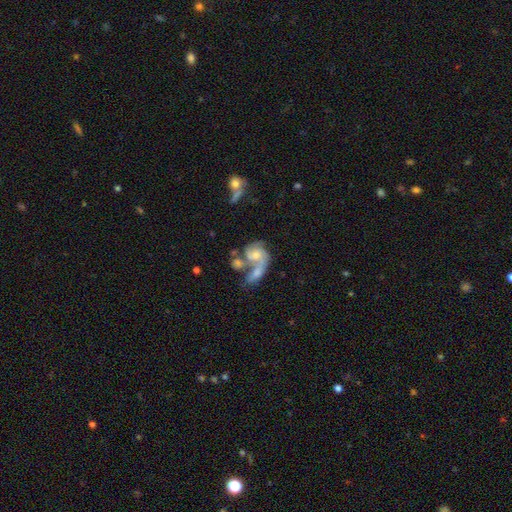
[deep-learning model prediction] smooth_or_featured: featured or disk (p=0.70) [alt: smooth p=0.22]
disk_edge_on: no (p=0.97) [alt: yes p=0.03]
bar: no (p=0.67) [alt: weak p=0.27]
has_spiral_arms: yes (p=0.85) [alt: no p=0.15]
spiral_winding: medium (p=0.46) [alt: loose p=0.31]
spiral_arm_count: 2 (p=0.59) [alt: 1 p=0.16]
bulge_size: moderate (p=0.45) [alt: small p=0.35]
merging: merger (p=0.55) [alt: none p=0.20]